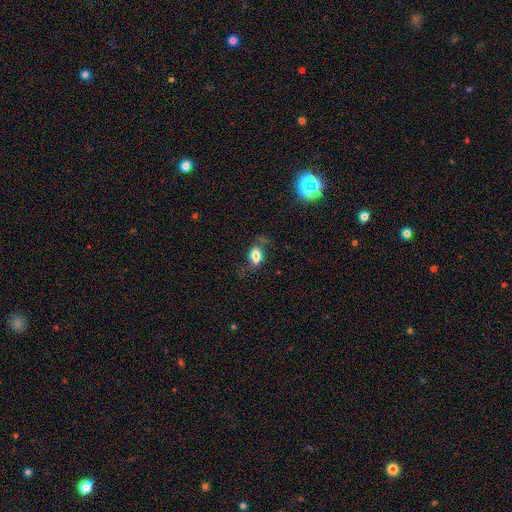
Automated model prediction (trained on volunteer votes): Smooth or featured? Predicted: smooth (p=0.74). How rounded? Predicted: in between (p=0.86). Merging? Predicted: none (p=0.58).